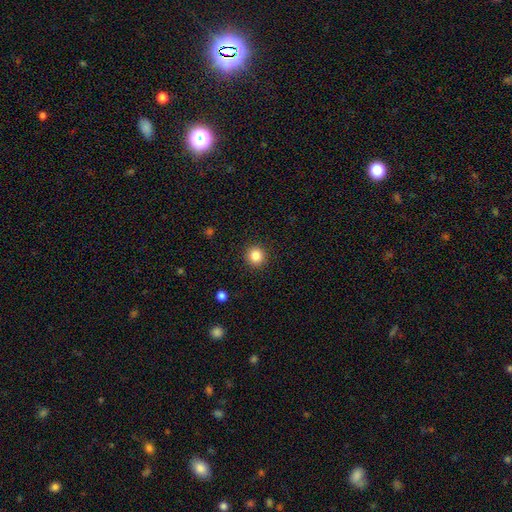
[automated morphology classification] Smooth or featured? Predicted: smooth (p=0.84). How rounded? Predicted: round (p=0.94). Merging? Predicted: none (p=0.92).